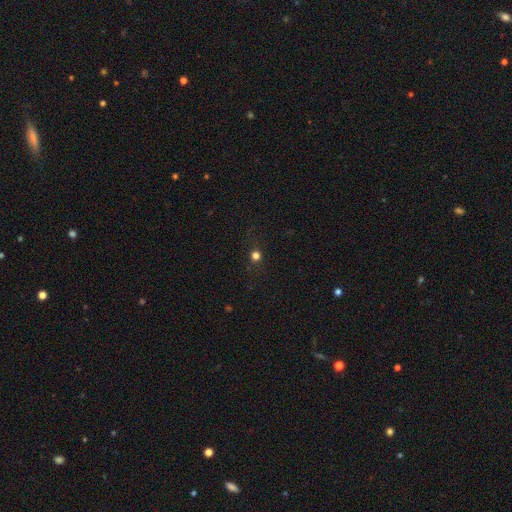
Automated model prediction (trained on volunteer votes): Smooth or featured? smooth (66%)
How rounded? round (90%)
Merging? none (86%)